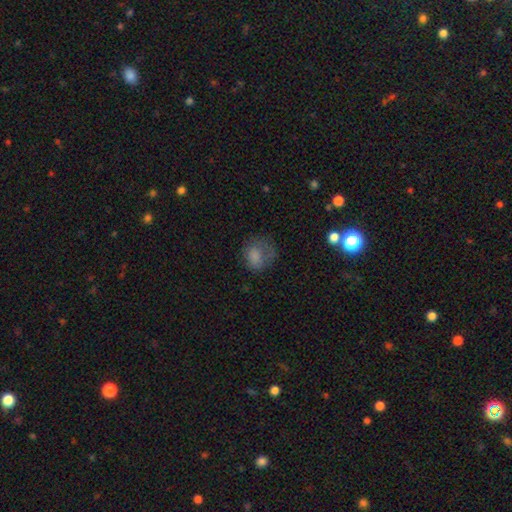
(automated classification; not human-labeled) Q: Smooth or featured?
A: smooth (75%); runner-up: featured or disk (13%)
Q: How rounded?
A: round (64%); runner-up: in between (35%)
Q: Merging?
A: none (47%); runner-up: minor disturbance (26%)